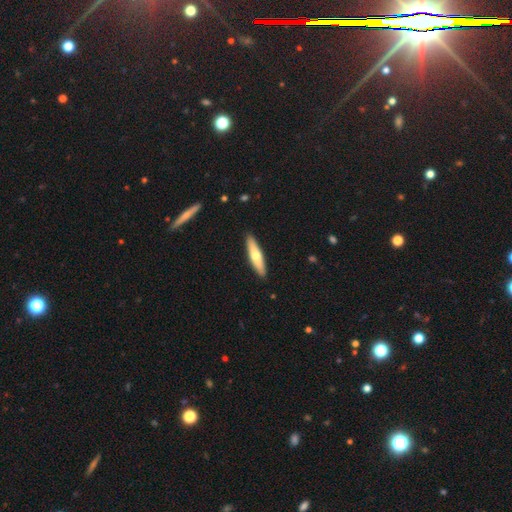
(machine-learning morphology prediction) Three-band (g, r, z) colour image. It shows a smooth galaxy with no disk features (59%) that is cigar-shaped (80%). Merging: none (91%).